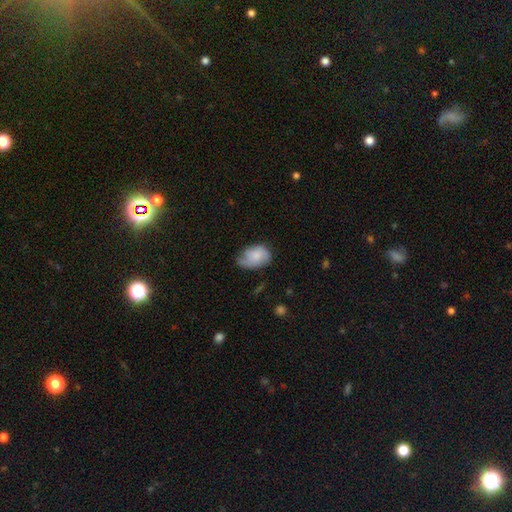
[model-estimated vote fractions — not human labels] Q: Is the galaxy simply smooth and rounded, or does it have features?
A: smooth — 70%.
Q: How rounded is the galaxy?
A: in between — 83%.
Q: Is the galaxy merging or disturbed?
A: none — 49%.